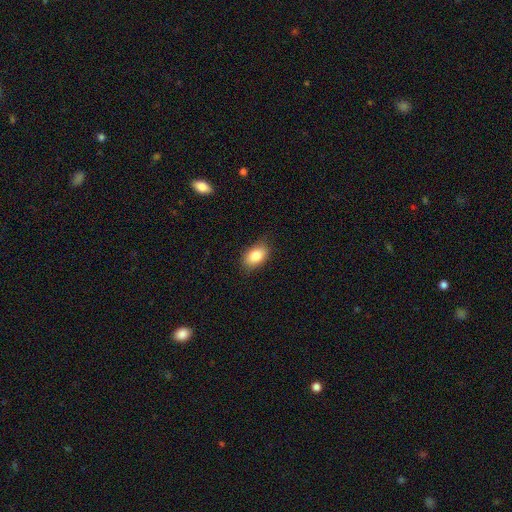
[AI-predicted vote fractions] Smooth or featured? Predicted: smooth (p=0.84). How rounded? Predicted: in between (p=0.88). Merging? Predicted: none (p=0.82).